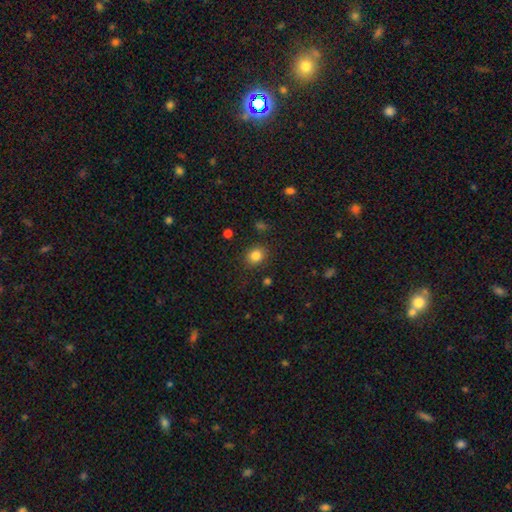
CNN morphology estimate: Q: Smooth or featured?
A: smooth (84%); runner-up: star or artifact (11%)
Q: How rounded?
A: round (72%); runner-up: in between (27%)
Q: Merging?
A: none (86%); runner-up: minor disturbance (9%)